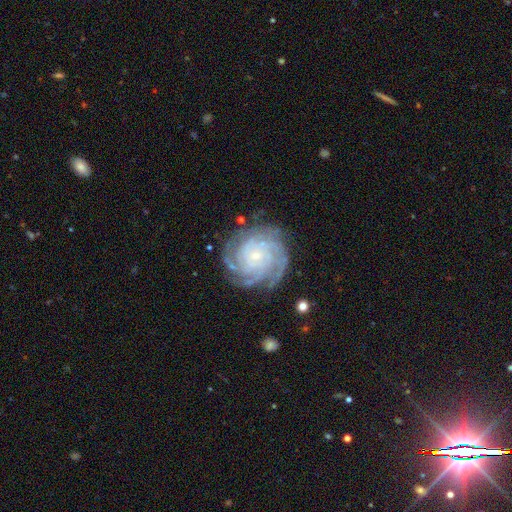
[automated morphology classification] A featured or disk galaxy (88%) with no bar (77%), 4 (35%) tight (79%) spiral arms (98%) and a small central bulge (85%). Merging: none (81%).